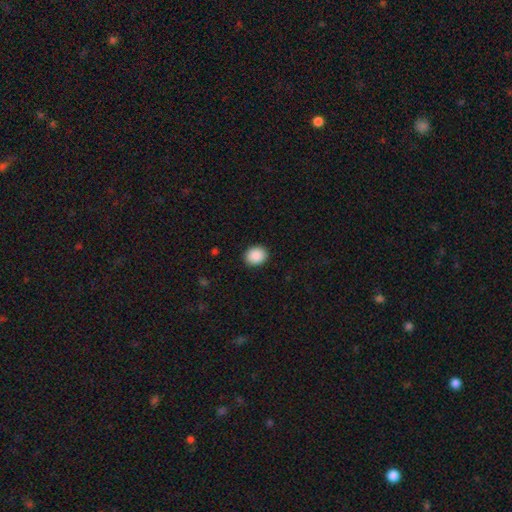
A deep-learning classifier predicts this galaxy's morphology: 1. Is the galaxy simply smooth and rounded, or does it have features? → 90% smooth, 8% star or artifact, 2% featured or disk.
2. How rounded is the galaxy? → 66% round, 33% in between, 1% cigar-shaped.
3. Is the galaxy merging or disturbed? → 91% none, 6% minor disturbance, 2% major disturbance, 1% merger.